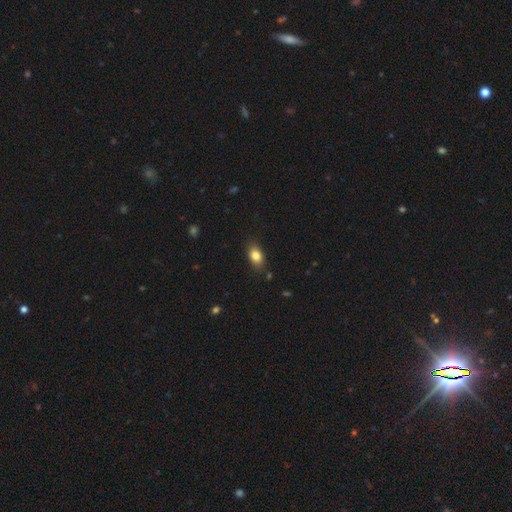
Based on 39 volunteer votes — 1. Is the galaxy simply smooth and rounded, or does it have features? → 85% smooth, 10% star or artifact, 5% featured or disk.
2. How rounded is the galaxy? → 70% in between, 30% round, 0% cigar-shaped.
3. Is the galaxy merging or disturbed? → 83% none, 11% minor disturbance, 6% major disturbance, 0% merger.